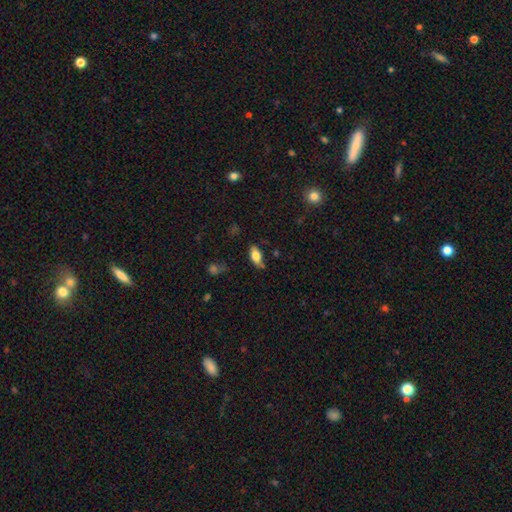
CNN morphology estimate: A smooth galaxy with no disk features (75%) that is in between round and cigar-shaped (87%).

Vote fractions:
- Smooth or featured? smooth: 75% / featured or disk: 17% / star or artifact: 8%
- How rounded? in between: 87% / cigar-shaped: 9% / round: 4%
- Merging? none: 72% / minor disturbance: 20% / major disturbance: 5% / merger: 3%